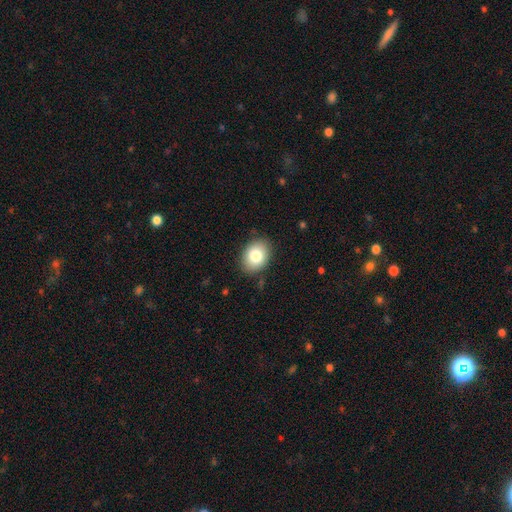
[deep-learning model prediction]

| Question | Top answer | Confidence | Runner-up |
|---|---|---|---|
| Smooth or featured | smooth | 81% | featured or disk (10%) |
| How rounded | in between | 68% | round (31%) |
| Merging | none | 86% | minor disturbance (10%) |